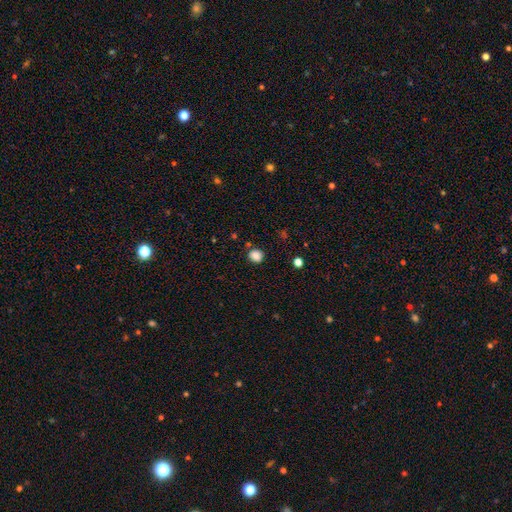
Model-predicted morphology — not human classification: smooth-or-featured: smooth: 85% | star or artifact: 12% | featured or disk: 4%
  how-rounded: round: 76% | in between: 23% | cigar-shaped: 1%
  merging: none: 81% | minor disturbance: 12% | merger: 4% | major disturbance: 3%